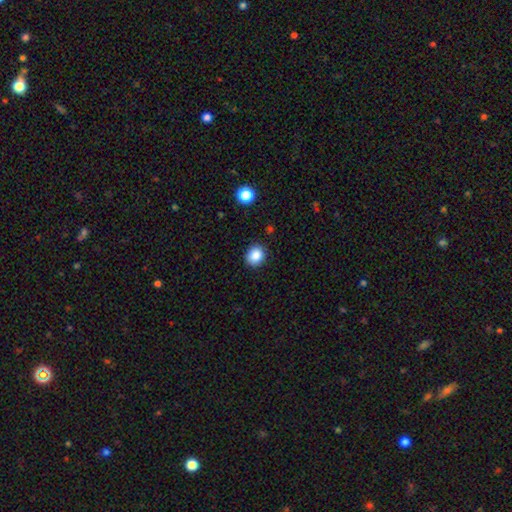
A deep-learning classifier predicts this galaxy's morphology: This is clearly a smooth galaxy (86%). How rounded: likely round (75%). Merging: clearly none (88%).